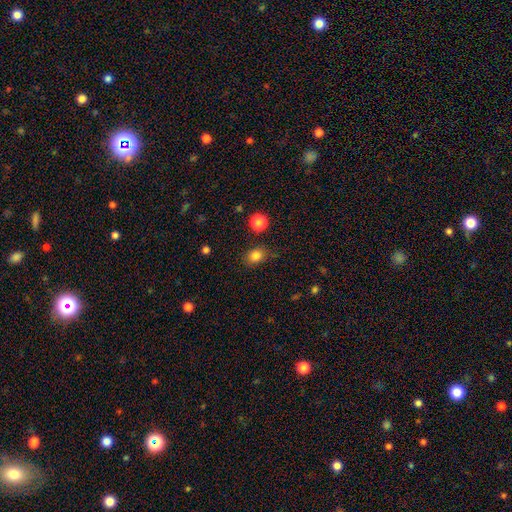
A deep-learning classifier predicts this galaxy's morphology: A smooth galaxy with no disk features (83%) that is round (50%). Merging: none (81%).